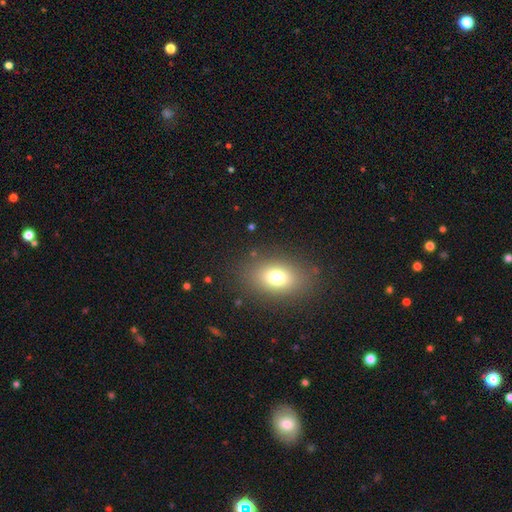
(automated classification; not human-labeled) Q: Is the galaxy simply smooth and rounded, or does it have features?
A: smooth — 71%.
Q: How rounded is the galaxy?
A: in between — 79%.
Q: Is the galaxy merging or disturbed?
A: none — 88%.